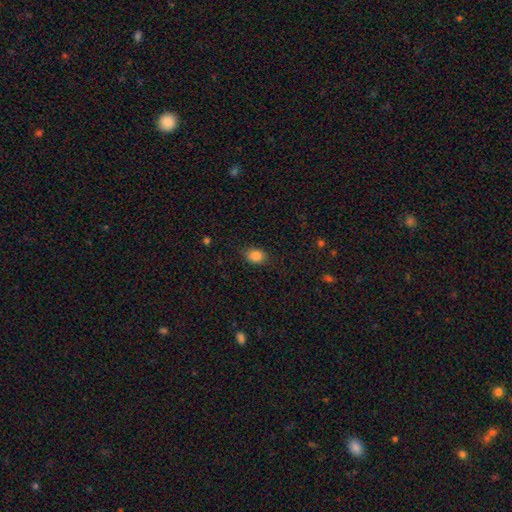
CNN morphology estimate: smooth-or-featured: smooth: 85% | star or artifact: 10% | featured or disk: 5%
  how-rounded: in between: 55% | round: 44% | cigar-shaped: 1%
  merging: none: 81% | minor disturbance: 15% | major disturbance: 4% | merger: 1%